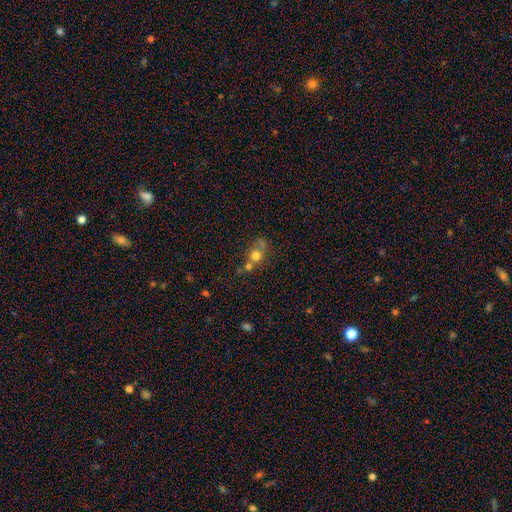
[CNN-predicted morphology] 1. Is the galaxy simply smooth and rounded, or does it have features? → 65% smooth, 21% featured or disk, 14% star or artifact.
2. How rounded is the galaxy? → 75% round, 23% in between, 2% cigar-shaped.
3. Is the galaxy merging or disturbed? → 54% merger, 28% none, 9% minor disturbance, 9% major disturbance.